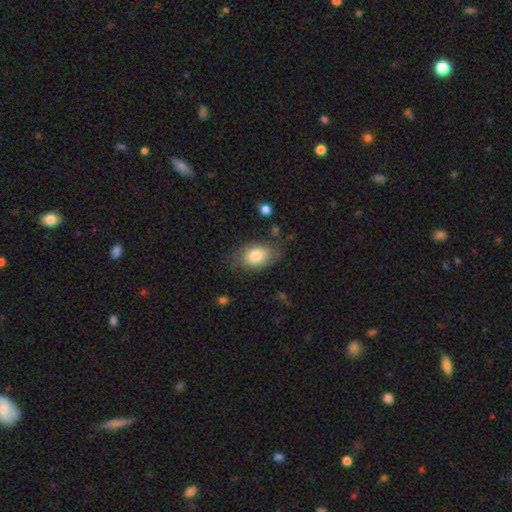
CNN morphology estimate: Overall: smooth (75%). How rounded: in between (85%). Merging: none (64%; minor disturbance 24%).